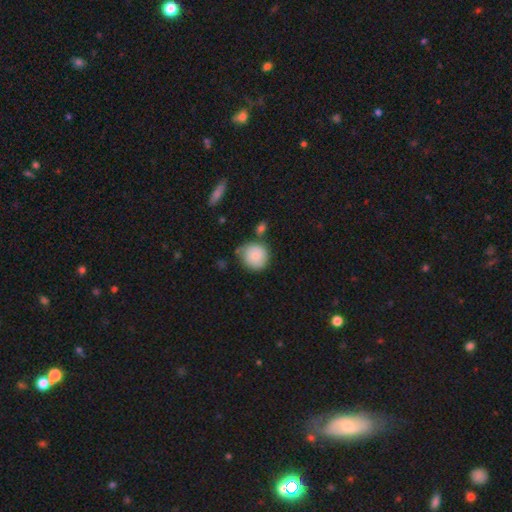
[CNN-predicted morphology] type=smooth (83%); roundness=round (89%); merging=none (64%).